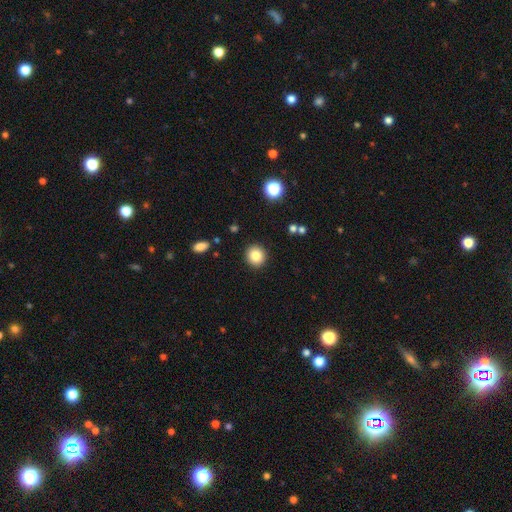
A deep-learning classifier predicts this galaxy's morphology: Smooth or featured? smooth (84%)
How rounded? round (89%)
Merging? none (91%)